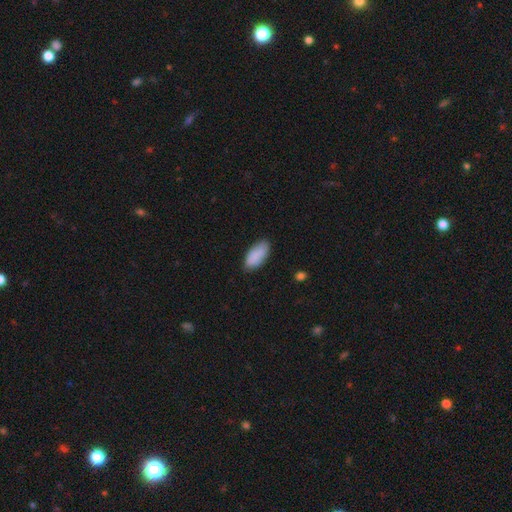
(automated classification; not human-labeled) A smooth galaxy with no disk features (86%) that is in between round and cigar-shaped (91%).

Vote fractions:
- Smooth or featured? smooth: 86% / featured or disk: 8% / star or artifact: 6%
- How rounded? in between: 91% / cigar-shaped: 7% / round: 2%
- Merging? none: 78% / minor disturbance: 17% / major disturbance: 3% / merger: 1%